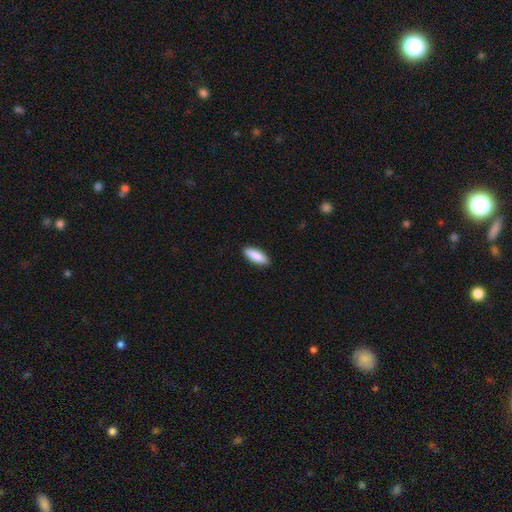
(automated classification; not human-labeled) smooth-or-featured: smooth: 89% | featured or disk: 6% | star or artifact: 6%
  how-rounded: in between: 60% | cigar-shaped: 38% | round: 2%
  merging: none: 90% | minor disturbance: 8% | major disturbance: 2% | merger: 1%